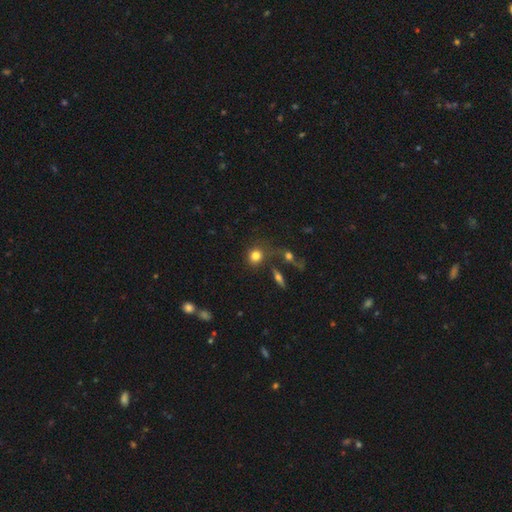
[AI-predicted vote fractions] This is clearly a smooth galaxy (81%). How rounded: clearly round (81%). Merging: likely none (67%).